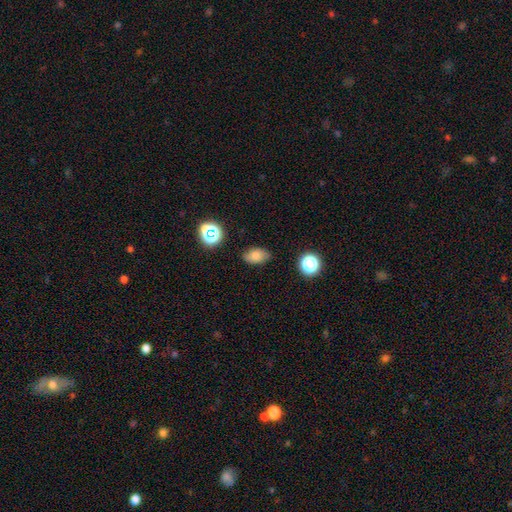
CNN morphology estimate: Smooth or featured? smooth (78%)
How rounded? in between (86%)
Merging? none (80%)